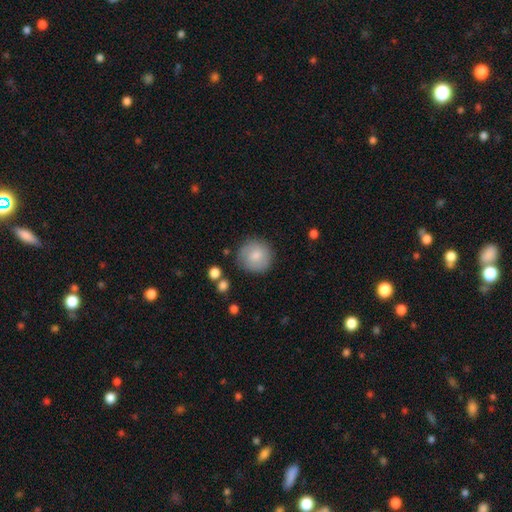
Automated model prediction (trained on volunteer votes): Smooth or featured? smooth (81%)
How rounded? round (92%)
Merging? none (82%)